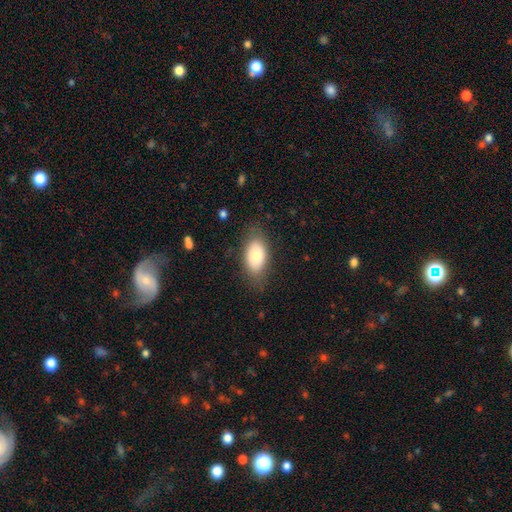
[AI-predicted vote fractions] This appears to be a smooth galaxy with no disk features (75%) that is in between round and cigar-shaped (91%). Merging: none (78%).